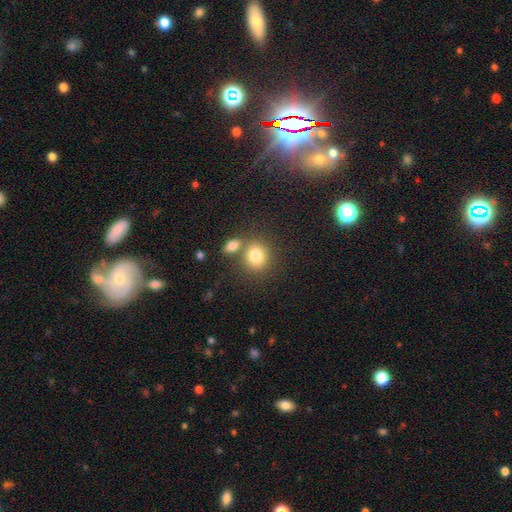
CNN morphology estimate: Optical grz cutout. It shows a smooth galaxy with no disk features (82%) that is round (67%). Merging: none (58%).